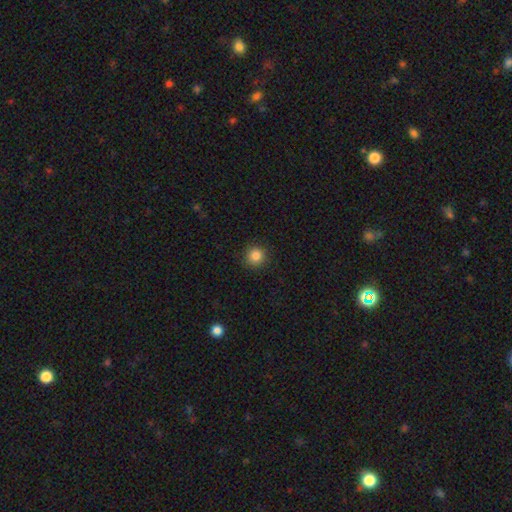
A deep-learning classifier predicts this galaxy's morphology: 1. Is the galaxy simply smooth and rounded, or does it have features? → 86% smooth, 11% star or artifact, 3% featured or disk.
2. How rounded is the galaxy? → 94% round, 5% in between, 1% cigar-shaped.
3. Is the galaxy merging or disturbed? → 91% none, 6% minor disturbance, 2% major disturbance, 1% merger.